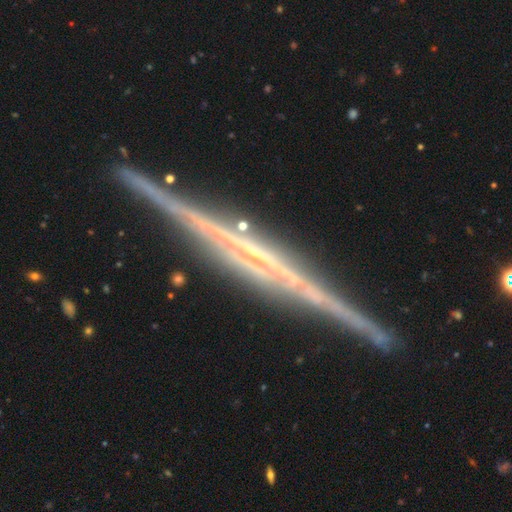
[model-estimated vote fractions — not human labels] A featured or disk galaxy (88%) viewed edge-on (98%) with no central bulge (45%). Merging: none (90%).